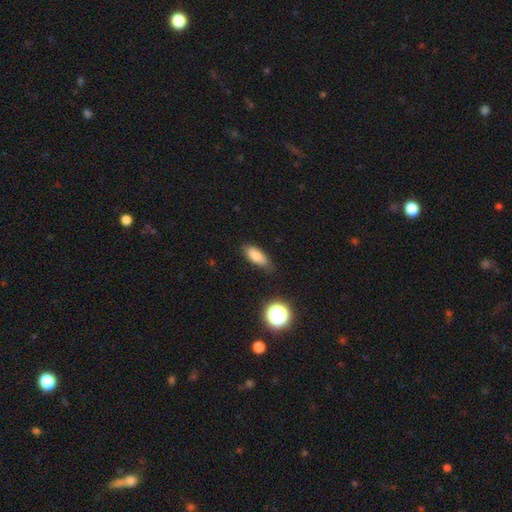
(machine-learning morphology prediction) Smooth or featured?
  - smooth: 82% *
  - star or artifact: 9%
  - featured or disk: 9%
How rounded?
  - in between: 75% *
  - cigar-shaped: 21%
  - round: 4%
Merging?
  - none: 75% *
  - minor disturbance: 20%
  - major disturbance: 4%
  - merger: 2%